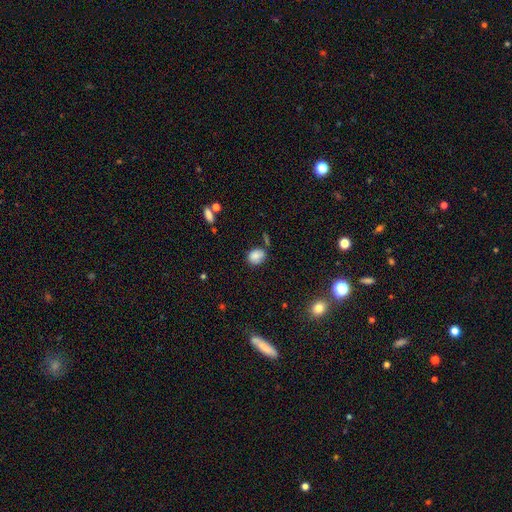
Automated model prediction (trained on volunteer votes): Smooth or featured: smooth — 81% (star or artifact — 10%)
How rounded: in between — 52% (round — 47%)
Merging: none — 62% (minor disturbance — 24%)